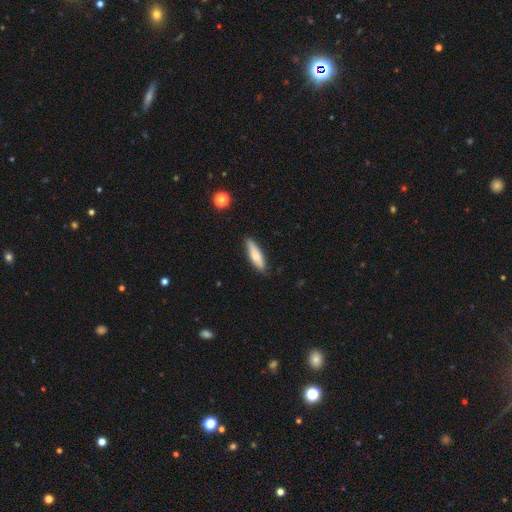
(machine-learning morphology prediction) This appears to be a smooth galaxy with no disk features (72%) that is cigar-shaped (71%). Merging: none (84%).